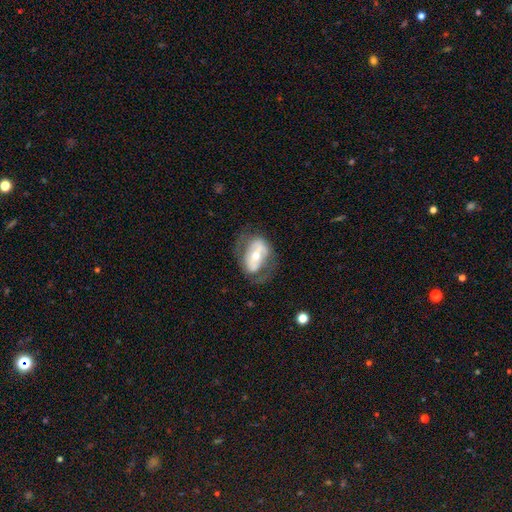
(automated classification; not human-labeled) This appears to be a featured or disk galaxy (68%) with a strong bar (39%), spiral arms (54%) and a moderate central bulge (60%). Merging: none (60%).